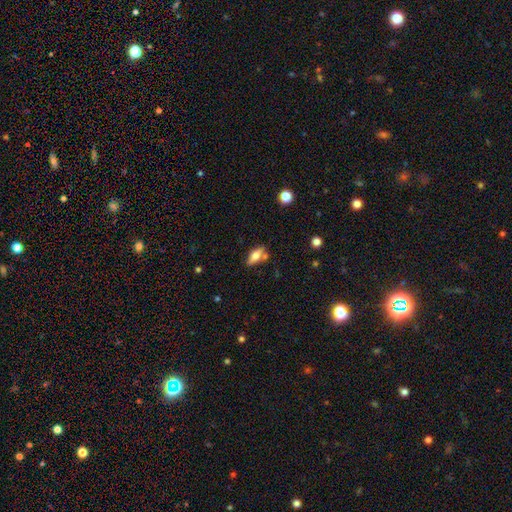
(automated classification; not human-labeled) Morphology: type=smooth (55%); roundness=in between (71%); merging=none (67%).